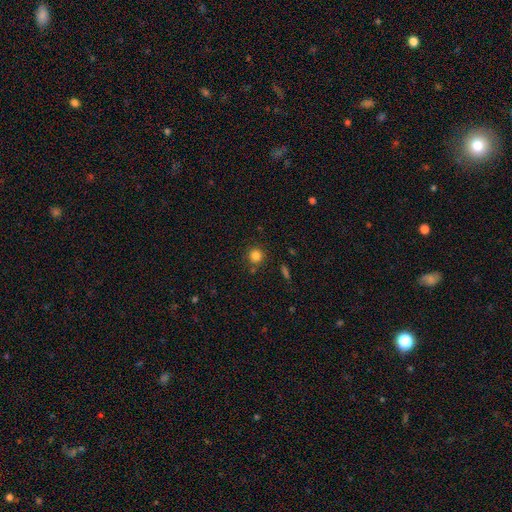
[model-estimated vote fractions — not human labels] smooth 82%, star or artifact 13%, featured or disk 5%. Down the decision tree: how rounded — round (93%); merging — none (84%).